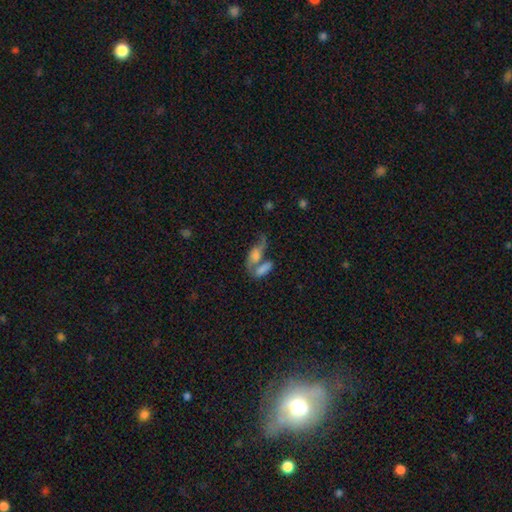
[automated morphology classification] A smooth galaxy with no disk features (48%).

Vote fractions:
- Smooth or featured? smooth: 48% / featured or disk: 39% / star or artifact: 13%
- Merging? merger: 54% / none: 23% / major disturbance: 12% / minor disturbance: 11%